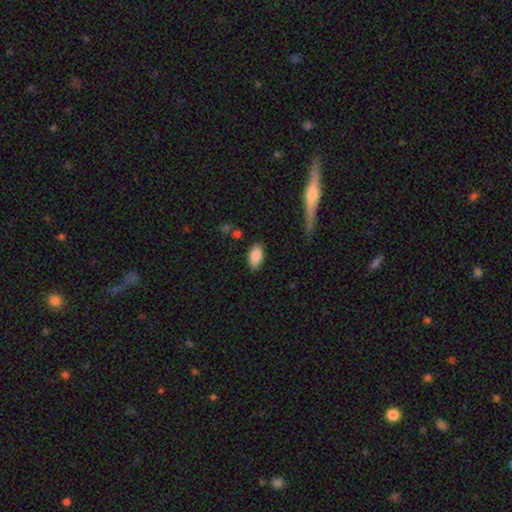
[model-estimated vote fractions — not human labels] A smooth galaxy with no disk features (85%) that is in between round and cigar-shaped (93%). Merging: none (85%).